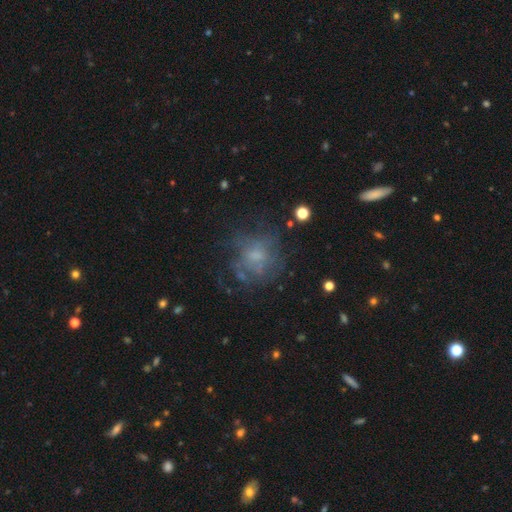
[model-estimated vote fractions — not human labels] Smooth or featured: featured or disk — 43% (smooth — 36%)
Merging: none — 61% (minor disturbance — 18%)